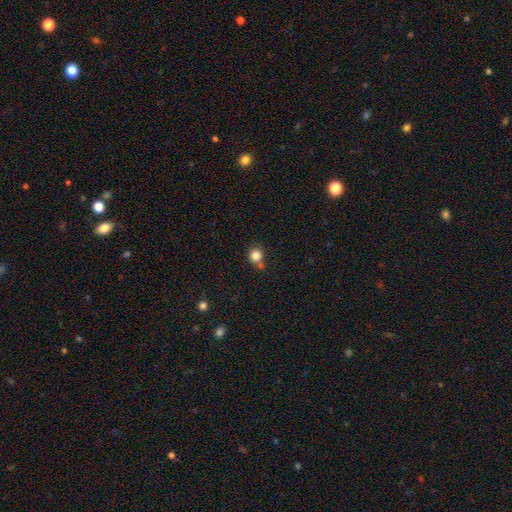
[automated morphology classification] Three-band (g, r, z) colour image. It shows a smooth galaxy with no disk features (83%) that is round (88%). Merging: none (64%).